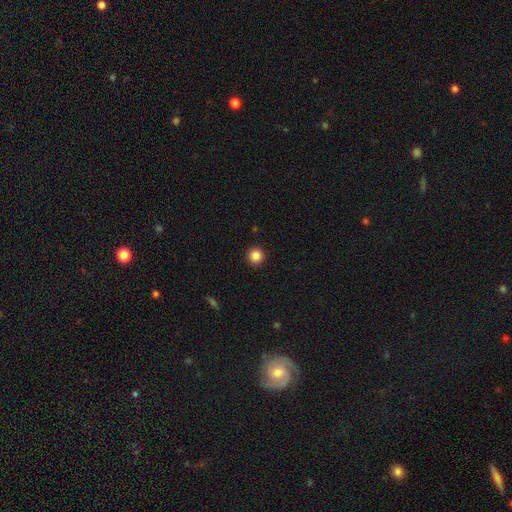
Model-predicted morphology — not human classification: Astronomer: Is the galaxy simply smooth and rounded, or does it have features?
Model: smooth — 87%.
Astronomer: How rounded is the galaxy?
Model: round — 96%.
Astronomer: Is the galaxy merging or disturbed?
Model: none — 93%.